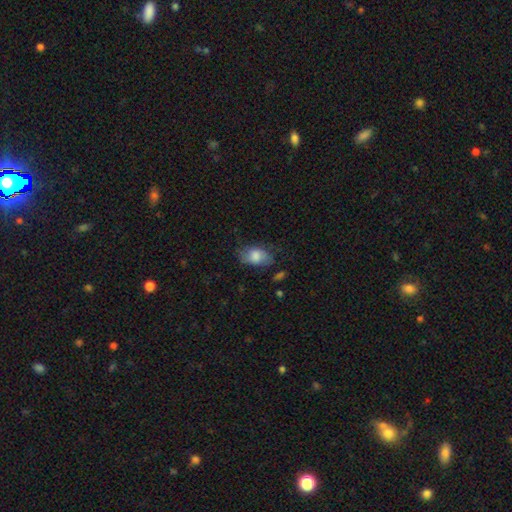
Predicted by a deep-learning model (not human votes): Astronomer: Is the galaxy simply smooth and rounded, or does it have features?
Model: smooth — 76%.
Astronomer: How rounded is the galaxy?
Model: in between — 87%.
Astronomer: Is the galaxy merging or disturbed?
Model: none — 56%.